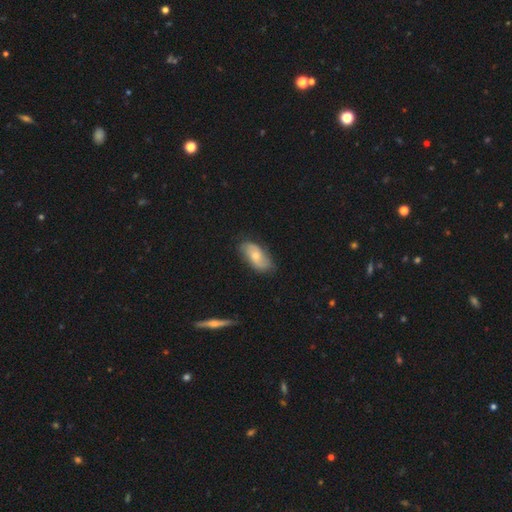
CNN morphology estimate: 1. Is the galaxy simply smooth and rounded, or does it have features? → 47% featured or disk, 46% smooth, 6% star or artifact.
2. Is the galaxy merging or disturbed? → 76% none, 19% minor disturbance, 4% major disturbance, 1% merger.